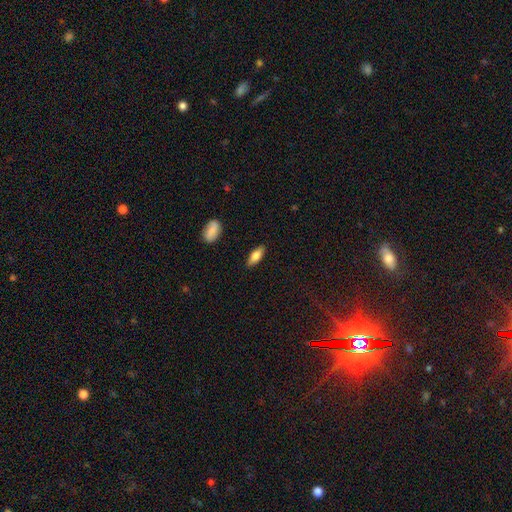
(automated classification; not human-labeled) Smooth or featured: smooth — 75% (featured or disk — 19%)
How rounded: in between — 73% (cigar-shaped — 24%)
Merging: none — 87% (minor disturbance — 10%)